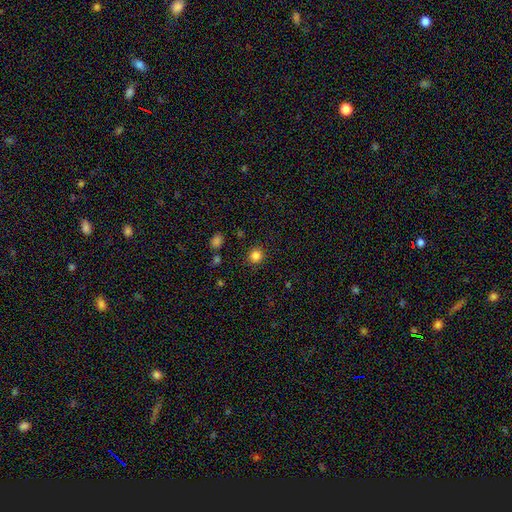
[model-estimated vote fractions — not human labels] This is clearly a smooth galaxy (83%). How rounded: clearly round (92%). Merging: clearly none (90%).